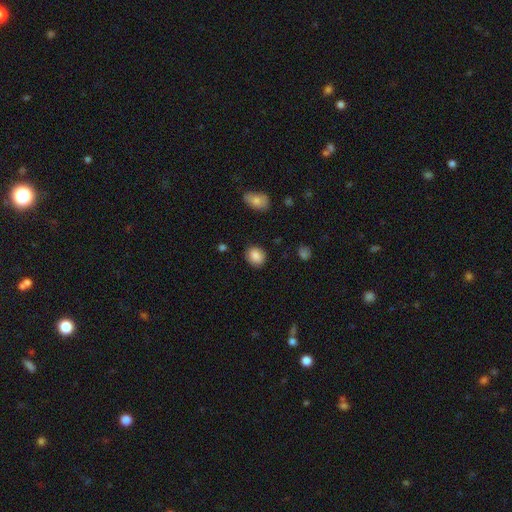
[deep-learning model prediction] A smooth galaxy with no disk features (86%) that is round (66%).

Vote fractions:
- Smooth or featured? smooth: 86% / star or artifact: 8% / featured or disk: 6%
- How rounded? round: 66% / in between: 33% / cigar-shaped: 1%
- Merging? none: 86% / minor disturbance: 10% / major disturbance: 3% / merger: 1%